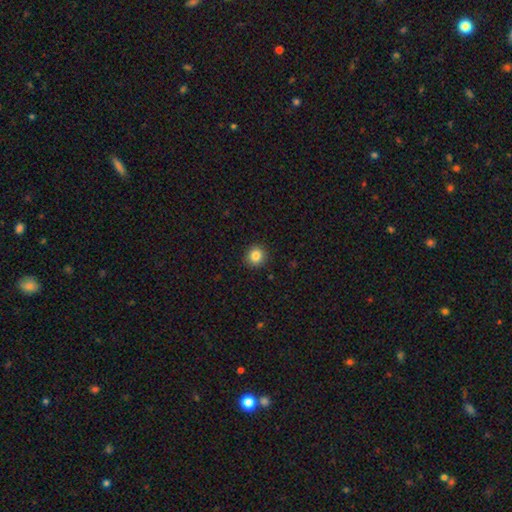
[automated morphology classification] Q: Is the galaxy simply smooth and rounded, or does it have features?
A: smooth — 84%.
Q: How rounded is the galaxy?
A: round — 92%.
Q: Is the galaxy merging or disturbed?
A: none — 92%.